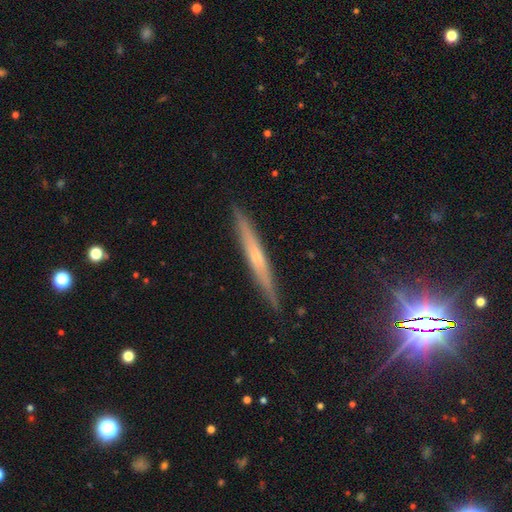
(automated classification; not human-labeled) Smooth or featured: featured or disk — 57% (smooth — 36%)
Edge-on disk: yes — 96% (no — 4%)
Edge-on bulge: none — 55% (rounded — 40%)
Merging: none — 89% (minor disturbance — 8%)